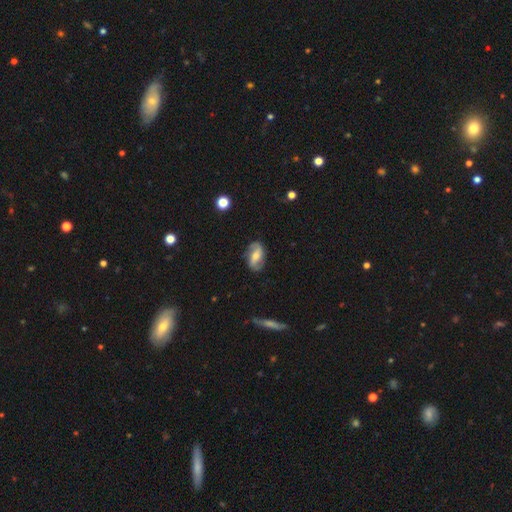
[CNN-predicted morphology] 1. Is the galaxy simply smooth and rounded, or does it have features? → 70% featured or disk, 23% smooth, 7% star or artifact.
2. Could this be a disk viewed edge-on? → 95% no, 5% yes.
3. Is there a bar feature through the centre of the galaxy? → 39% weak, 31% strong, 30% no.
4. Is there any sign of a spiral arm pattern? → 90% yes, 10% no.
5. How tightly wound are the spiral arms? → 45% loose, 35% medium, 19% tight.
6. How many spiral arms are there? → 89% 2, 5% can't tell, 2% 1, 1% 3, 1% 4, 1% more than 4.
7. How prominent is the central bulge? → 56% moderate, 36% small, 4% large, 3% none, 1% dominant.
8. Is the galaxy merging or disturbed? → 79% none, 15% minor disturbance, 4% major disturbance, 1% merger.